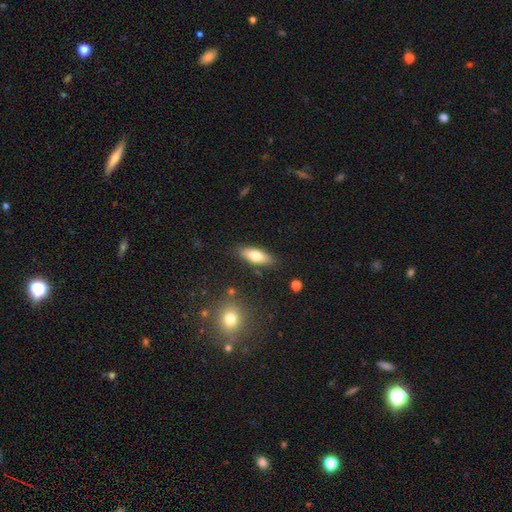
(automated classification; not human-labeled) Smooth or featured: smooth — 68% (featured or disk — 25%)
How rounded: in between — 65% (cigar-shaped — 32%)
Merging: none — 85% (minor disturbance — 10%)